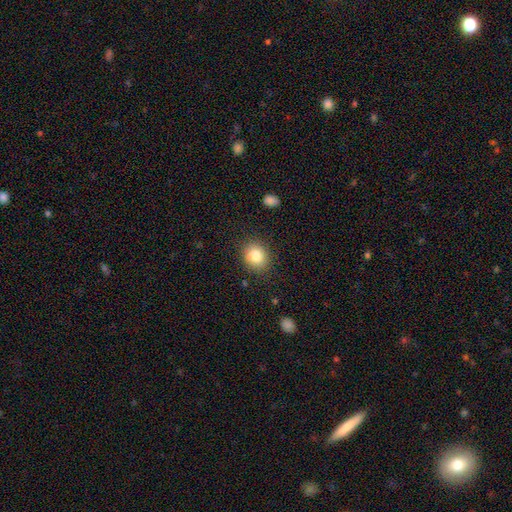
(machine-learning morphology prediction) This is clearly a smooth galaxy (81%). How rounded: likely round (68%). Merging: clearly none (80%).